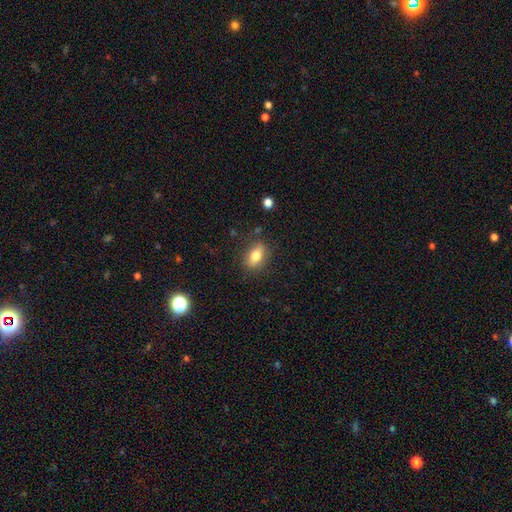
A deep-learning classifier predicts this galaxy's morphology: The model was most divided on "smooth or featured": smooth: 76%, featured or disk: 16%, star or artifact: 9%. More confident: merging — none (82%); how rounded — in between (81%).